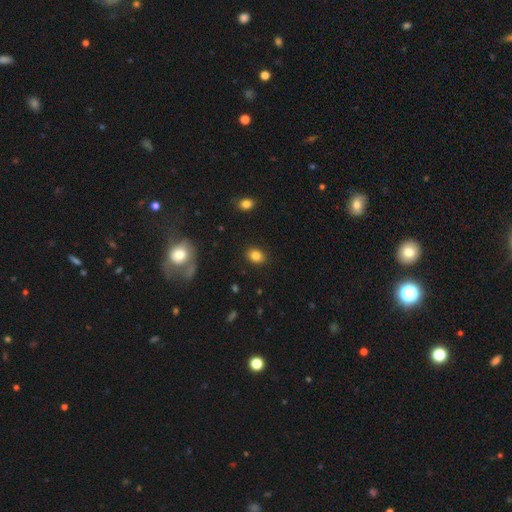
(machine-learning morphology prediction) Smooth or featured: smooth — 84% (star or artifact — 10%)
How rounded: in between — 60% (round — 39%)
Merging: none — 88% (minor disturbance — 8%)